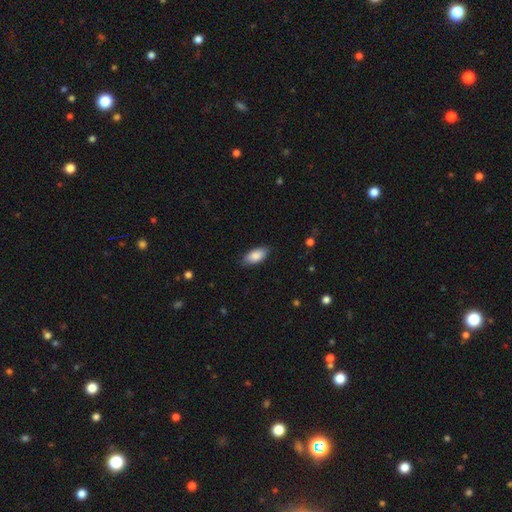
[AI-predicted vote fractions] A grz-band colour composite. It shows a smooth galaxy with no disk features (87%) that is in between round and cigar-shaped (91%). Merging: none (84%).